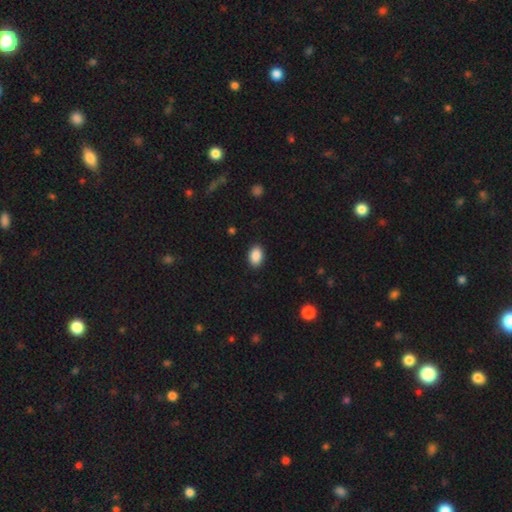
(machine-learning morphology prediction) The model was most divided on "how rounded": in between: 85%, round: 14%, cigar-shaped: 1%. More confident: merging — none (90%); smooth or featured — smooth (89%).